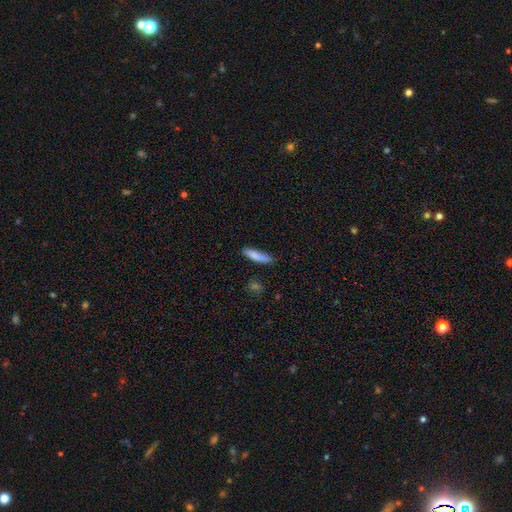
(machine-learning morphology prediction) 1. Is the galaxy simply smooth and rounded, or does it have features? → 81% smooth, 12% featured or disk, 7% star or artifact.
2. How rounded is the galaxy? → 76% cigar-shaped, 22% in between, 2% round.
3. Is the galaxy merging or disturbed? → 75% none, 19% minor disturbance, 3% major disturbance, 3% merger.